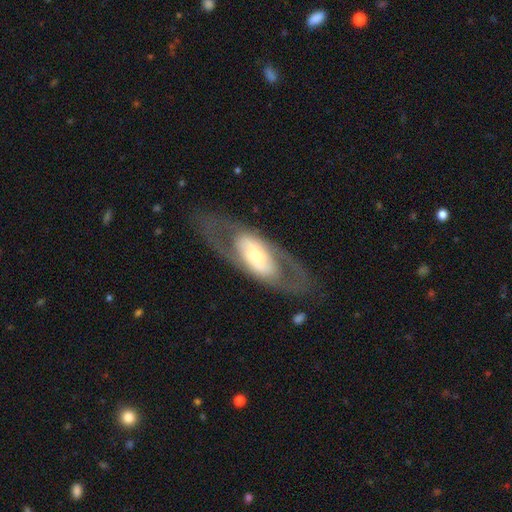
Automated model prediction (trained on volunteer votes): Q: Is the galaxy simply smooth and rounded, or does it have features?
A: featured or disk — 69%.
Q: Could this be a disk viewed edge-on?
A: no — 82%.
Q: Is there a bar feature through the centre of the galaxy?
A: no — 44%.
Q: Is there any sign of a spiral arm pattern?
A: no — 55%.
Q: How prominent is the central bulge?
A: moderate — 52%.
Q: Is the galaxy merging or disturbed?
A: none — 73%.